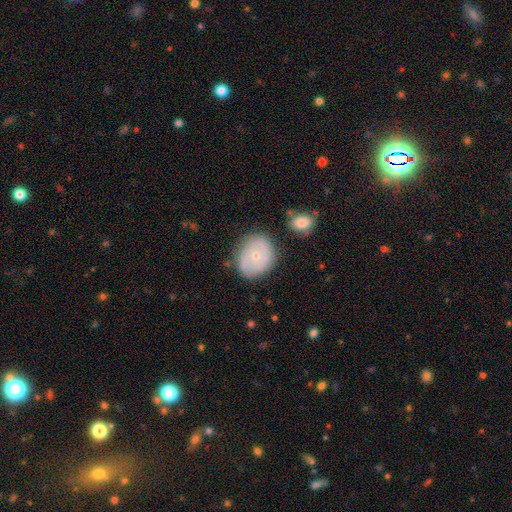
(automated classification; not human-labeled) Overall: featured or disk (51%; smooth 42%). Edge-on disk: no (96%). Merging: none (72%).